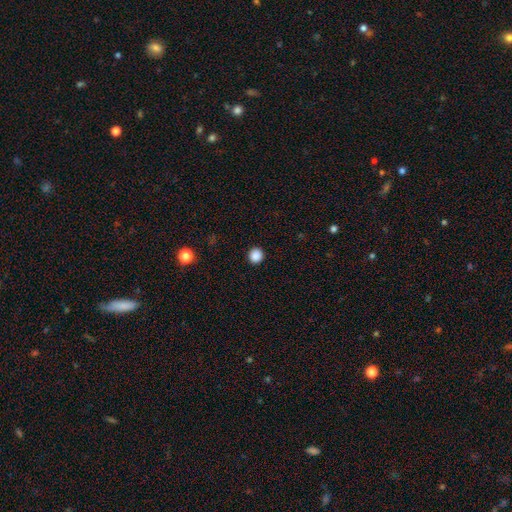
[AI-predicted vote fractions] This appears to be a smooth galaxy with no disk features (87%) that is round (92%). Merging: none (93%).